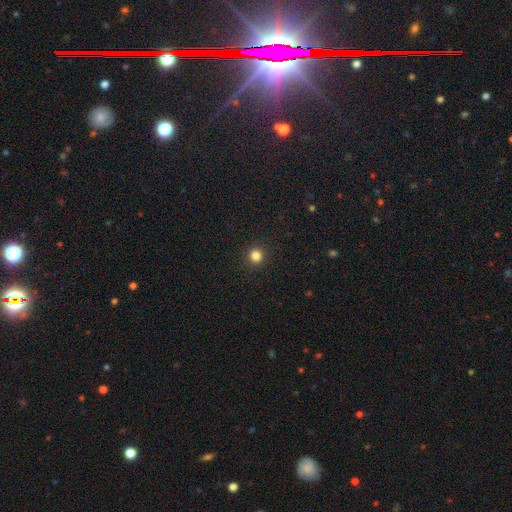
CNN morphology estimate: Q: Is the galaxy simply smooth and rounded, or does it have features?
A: smooth — 83%.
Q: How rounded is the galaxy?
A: round — 91%.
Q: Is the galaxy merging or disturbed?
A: none — 92%.